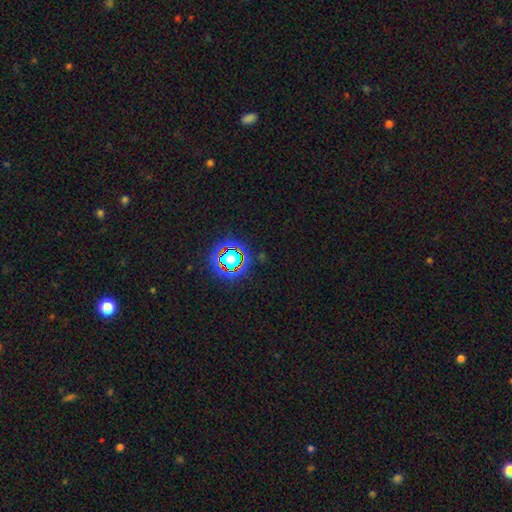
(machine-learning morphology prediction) Smooth or featured? Predicted: star or artifact (p=0.80).